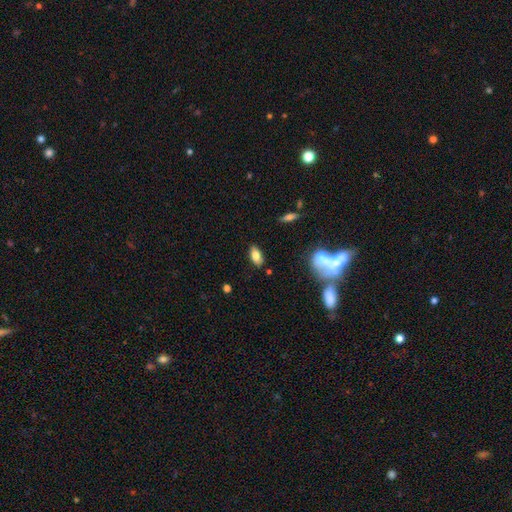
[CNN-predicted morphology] Smooth or featured?
  - smooth: 77% *
  - featured or disk: 14%
  - star or artifact: 9%
How rounded?
  - in between: 88% *
  - cigar-shaped: 8%
  - round: 4%
Merging?
  - none: 83% *
  - minor disturbance: 12%
  - major disturbance: 3%
  - merger: 2%